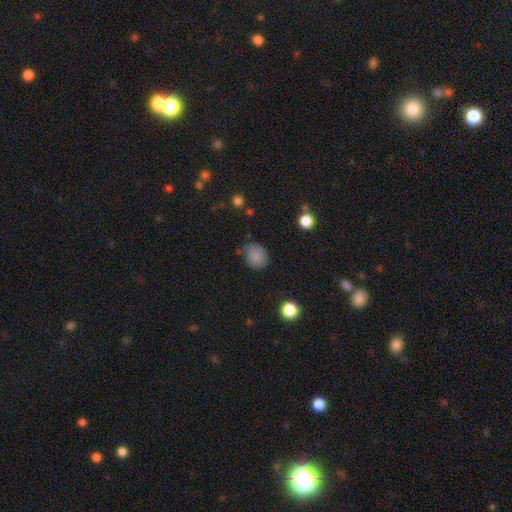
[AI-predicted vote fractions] Q: Smooth or featured?
A: smooth (82%); runner-up: star or artifact (10%)
Q: How rounded?
A: round (63%); runner-up: in between (36%)
Q: Merging?
A: none (66%); runner-up: minor disturbance (25%)